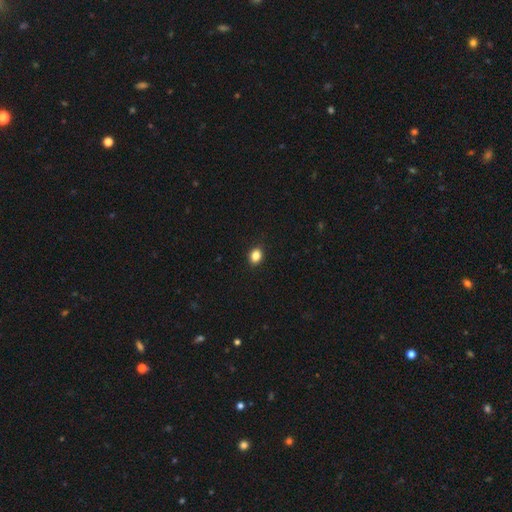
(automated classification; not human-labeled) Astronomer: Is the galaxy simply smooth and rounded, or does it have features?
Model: smooth — 85%.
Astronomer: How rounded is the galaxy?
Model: in between — 58% (runner-up: round, 41%).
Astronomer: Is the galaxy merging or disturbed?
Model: none — 90%.